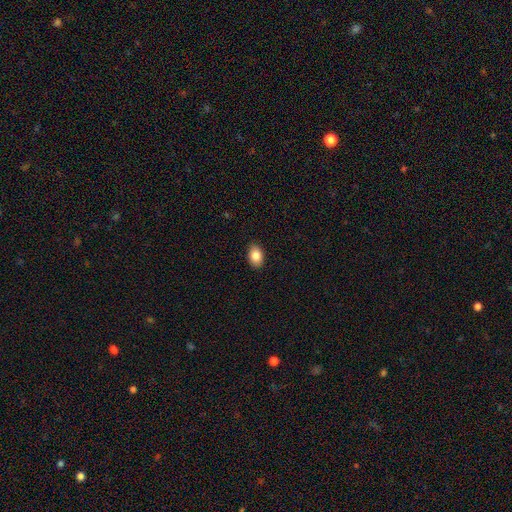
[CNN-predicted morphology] This is clearly a smooth galaxy (85%). How rounded: clearly in between (85%). Merging: clearly none (89%).